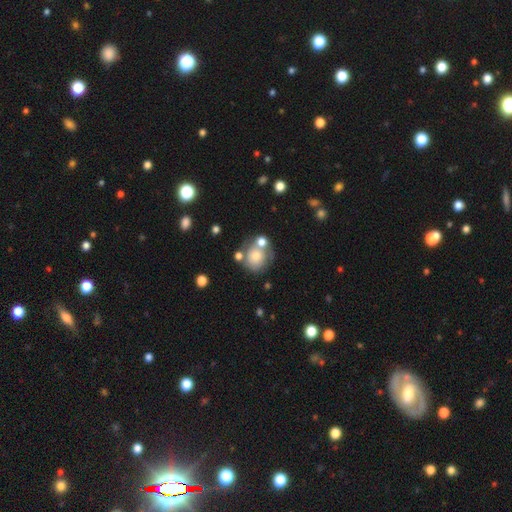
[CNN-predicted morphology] smooth 70%, featured or disk 21%, star or artifact 10%. Down the decision tree: how rounded — round (81%); merging — none (50%).